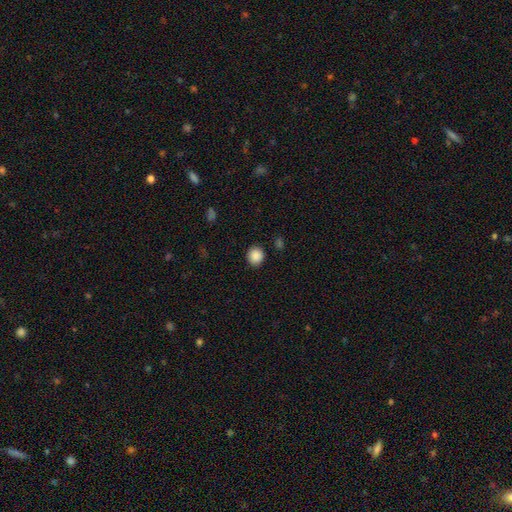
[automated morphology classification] The model was most divided on "how rounded": round: 86%, in between: 13%, cigar-shaped: 1%. More confident: merging — none (89%); smooth or featured — smooth (88%).